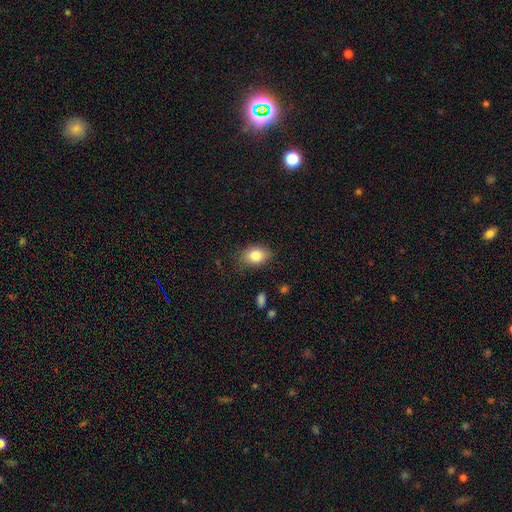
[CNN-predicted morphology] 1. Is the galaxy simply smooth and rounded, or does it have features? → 82% smooth, 10% featured or disk, 9% star or artifact.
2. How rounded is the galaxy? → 78% in between, 21% round, 1% cigar-shaped.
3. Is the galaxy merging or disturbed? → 78% none, 17% minor disturbance, 4% major disturbance, 1% merger.